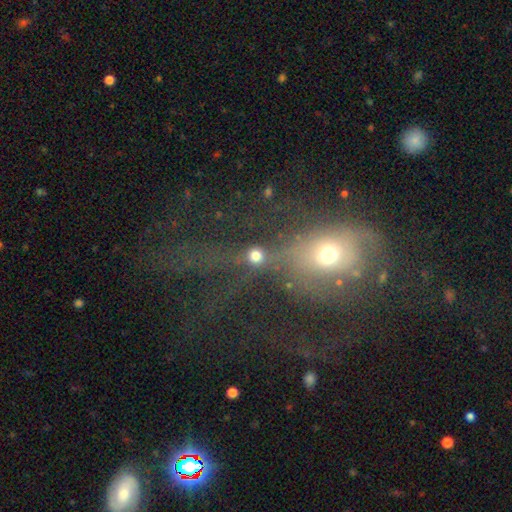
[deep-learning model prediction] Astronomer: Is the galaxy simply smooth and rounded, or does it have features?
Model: smooth — 54% (runner-up: star or artifact, 29%).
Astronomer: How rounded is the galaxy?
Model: round — 80%.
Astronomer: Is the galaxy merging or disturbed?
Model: none — 48% (runner-up: merger, 25%).